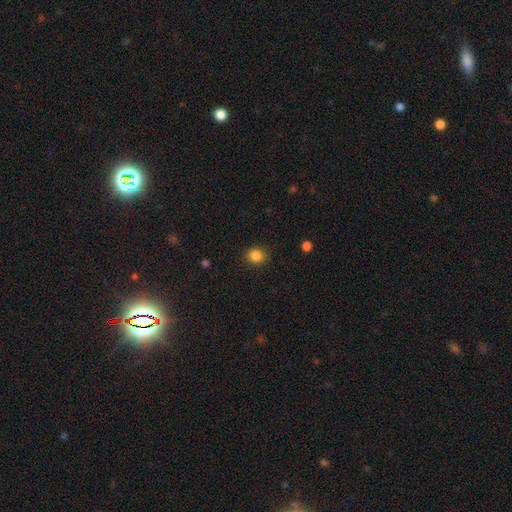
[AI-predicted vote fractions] Overall: smooth (85%). How rounded: round (74%). Merging: none (87%).